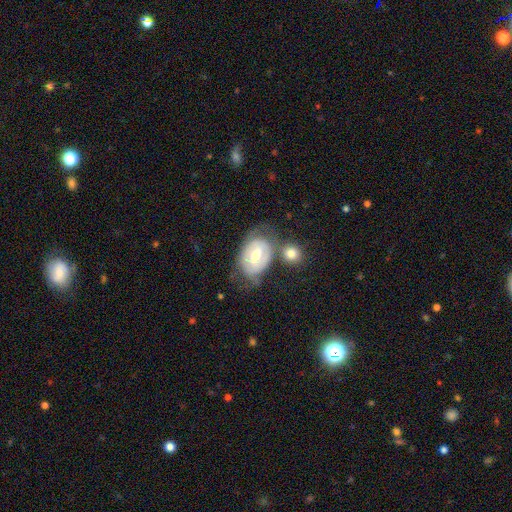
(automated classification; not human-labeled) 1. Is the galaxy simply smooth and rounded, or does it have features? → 61% featured or disk, 33% smooth, 6% star or artifact.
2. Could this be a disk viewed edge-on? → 94% no, 6% yes.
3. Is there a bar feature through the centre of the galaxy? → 44% weak, 33% no, 23% strong.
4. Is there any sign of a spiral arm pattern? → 52% no, 48% yes.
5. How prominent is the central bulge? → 74% moderate, 16% small, 8% large, 1% none, 1% dominant.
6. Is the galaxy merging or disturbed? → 49% none, 22% minor disturbance, 16% merger, 13% major disturbance.